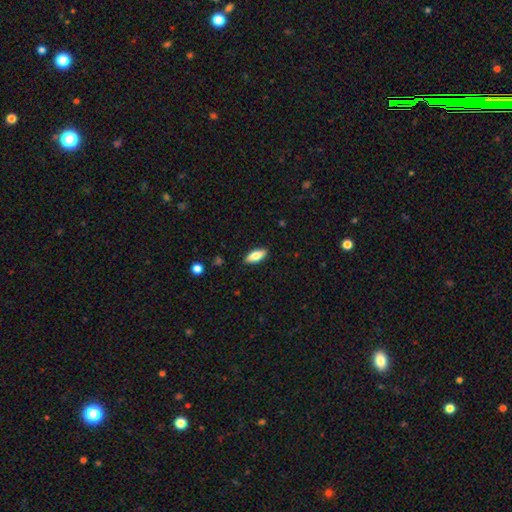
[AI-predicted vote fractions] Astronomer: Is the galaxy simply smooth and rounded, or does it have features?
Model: smooth — 75%.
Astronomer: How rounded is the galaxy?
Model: in between — 77%.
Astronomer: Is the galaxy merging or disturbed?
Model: none — 89%.